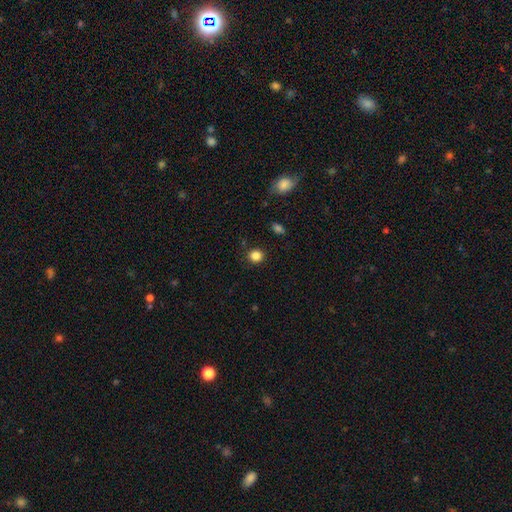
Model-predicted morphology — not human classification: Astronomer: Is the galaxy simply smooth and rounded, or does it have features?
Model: smooth — 85%.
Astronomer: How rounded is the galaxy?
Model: round — 88%.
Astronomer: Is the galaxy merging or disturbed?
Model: none — 89%.